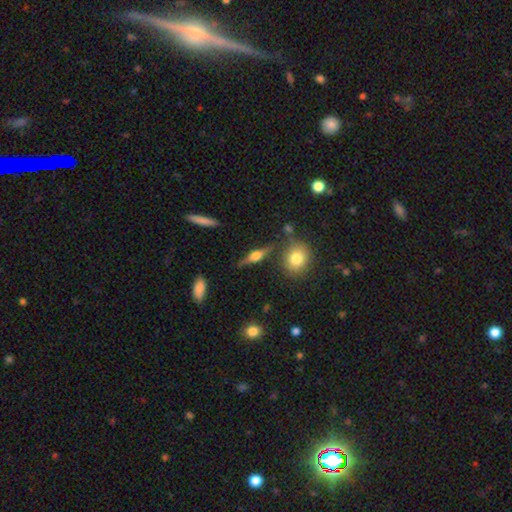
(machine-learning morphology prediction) A featured or disk galaxy (67%) viewed edge-on (94%) with a rounded central bulge (91%).

Vote fractions:
- Smooth or featured? featured or disk: 67% / smooth: 25% / star or artifact: 8%
- Edge-on disk? yes: 94% / no: 6%
- Edge-on bulge? rounded: 91% / boxy: 6% / none: 2%
- Merging? none: 81% / minor disturbance: 12% / merger: 4% / major disturbance: 3%